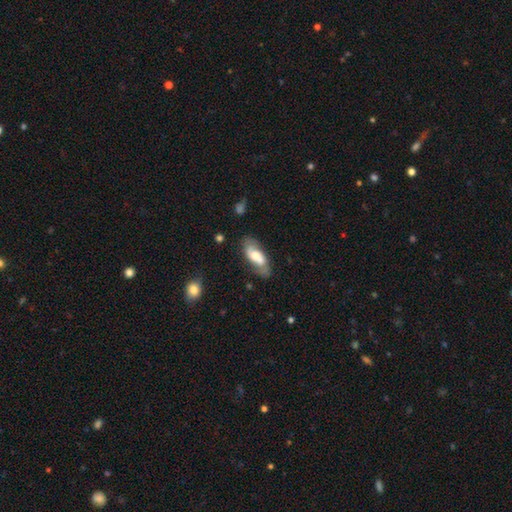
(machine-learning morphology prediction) smooth_or_featured: featured or disk (p=0.48) [alt: smooth p=0.46]
merging: none (p=0.65) [alt: minor disturbance p=0.22]